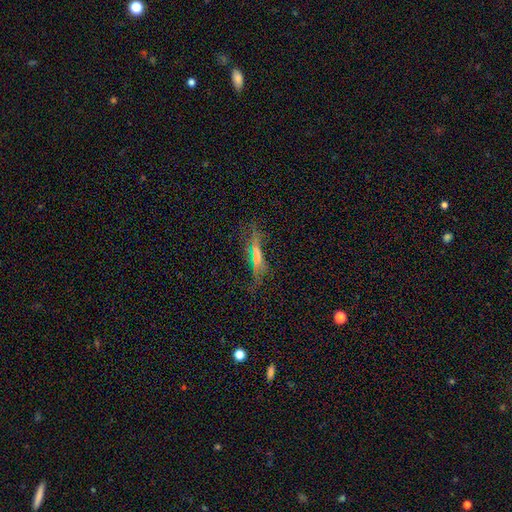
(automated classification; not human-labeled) A smooth galaxy with no disk features (47%).

Vote fractions:
- Smooth or featured? smooth: 47% / featured or disk: 37% / star or artifact: 16%
- Merging? none: 53% / minor disturbance: 24% / major disturbance: 20% / merger: 4%